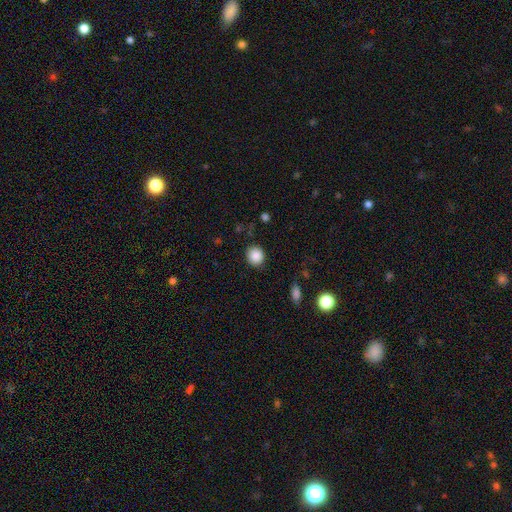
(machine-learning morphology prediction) This appears to be a smooth galaxy with no disk features (88%) that is round (84%). Merging: none (87%).